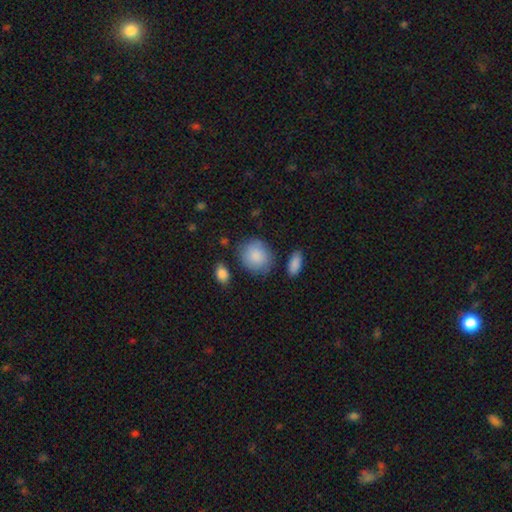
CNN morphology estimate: Q: Smooth or featured?
A: smooth (87%); runner-up: featured or disk (7%)
Q: How rounded?
A: round (72%); runner-up: in between (27%)
Q: Merging?
A: none (74%); runner-up: minor disturbance (17%)